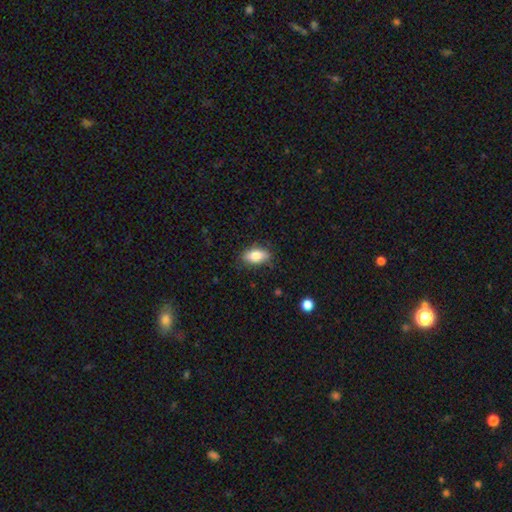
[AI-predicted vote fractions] Morphology: type=smooth (82%); roundness=in between (89%); merging=none (79%).